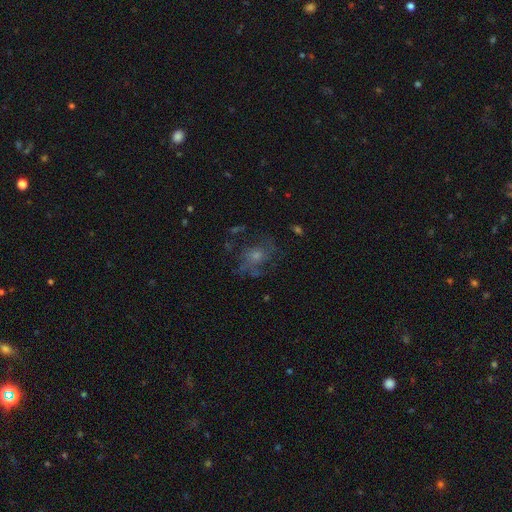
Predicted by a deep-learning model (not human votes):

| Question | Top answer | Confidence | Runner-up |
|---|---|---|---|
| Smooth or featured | featured or disk | 53% | star or artifact (24%) |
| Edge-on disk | no | 96% | yes (4%) |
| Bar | no | 80% | weak (17%) |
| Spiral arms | yes | 70% | no (30%) |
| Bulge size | moderate | 46% | small (37%) |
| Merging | none | 64% | minor disturbance (17%) |